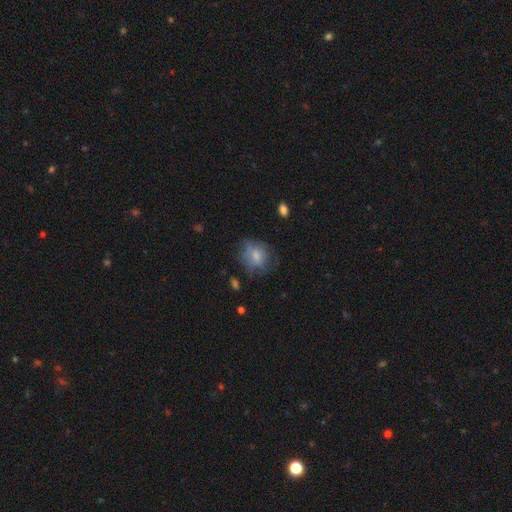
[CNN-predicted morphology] Smooth or featured? smooth (64%)
How rounded? round (64%)
Merging? none (54%)